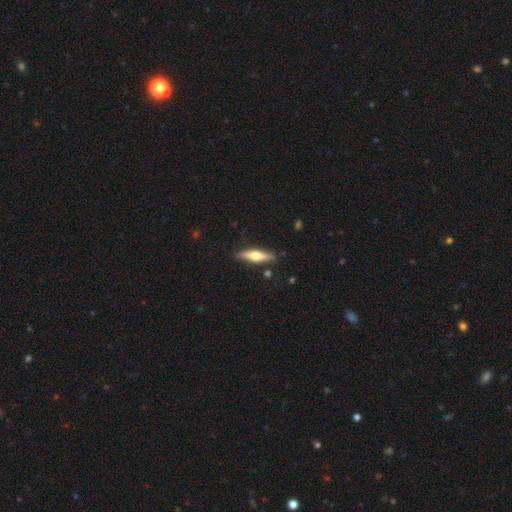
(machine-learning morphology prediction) type=featured or disk (48%); merging=none (85%).